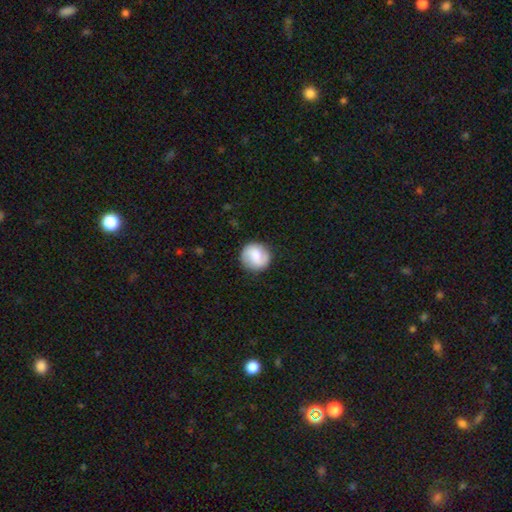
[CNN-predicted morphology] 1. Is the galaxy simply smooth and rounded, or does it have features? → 58% smooth, 34% featured or disk, 7% star or artifact.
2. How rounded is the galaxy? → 92% round, 7% in between, 1% cigar-shaped.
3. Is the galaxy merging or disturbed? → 86% none, 10% minor disturbance, 3% major disturbance, 1% merger.